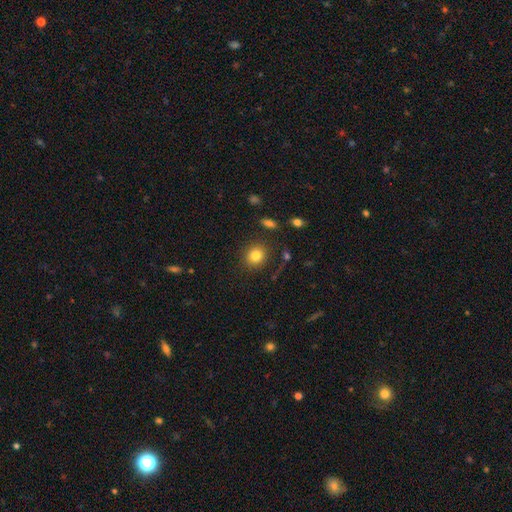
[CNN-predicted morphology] A smooth galaxy with no disk features (82%) that is round (80%). Merging: none (86%).